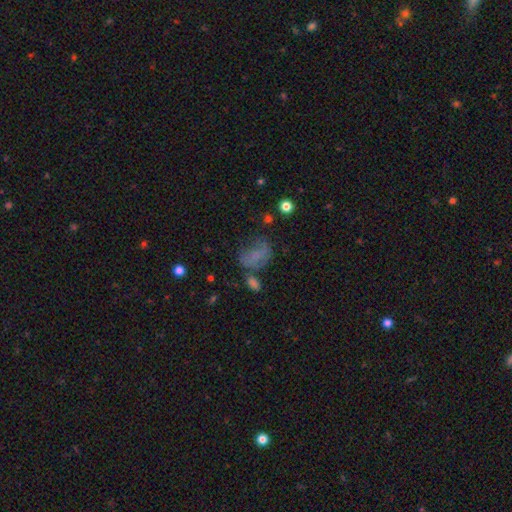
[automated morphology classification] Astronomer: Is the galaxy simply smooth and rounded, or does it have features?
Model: smooth — 59%.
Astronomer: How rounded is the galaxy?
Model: in between — 78%.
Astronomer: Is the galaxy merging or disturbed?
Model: none — 34% (runner-up: major disturbance, 28%).